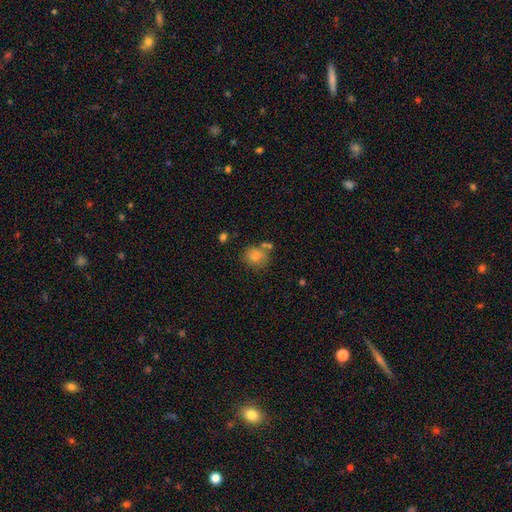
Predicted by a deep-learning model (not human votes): Q: Smooth or featured?
A: smooth (81%); runner-up: star or artifact (10%)
Q: How rounded?
A: round (76%); runner-up: in between (23%)
Q: Merging?
A: none (63%); runner-up: merger (16%)